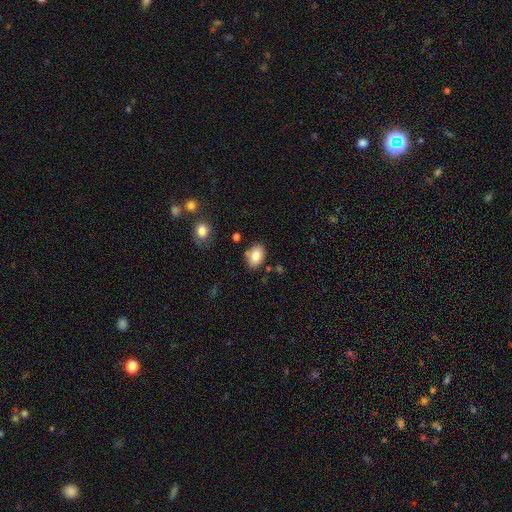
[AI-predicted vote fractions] Overall: smooth (83%). How rounded: in between (80%). Merging: none (80%).